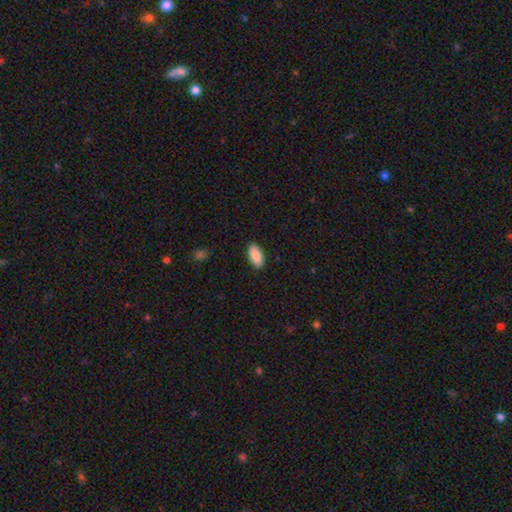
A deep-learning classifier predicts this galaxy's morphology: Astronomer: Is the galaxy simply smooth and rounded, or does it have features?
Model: smooth — 89%.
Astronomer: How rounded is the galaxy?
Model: in between — 91%.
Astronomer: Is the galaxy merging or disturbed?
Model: none — 89%.